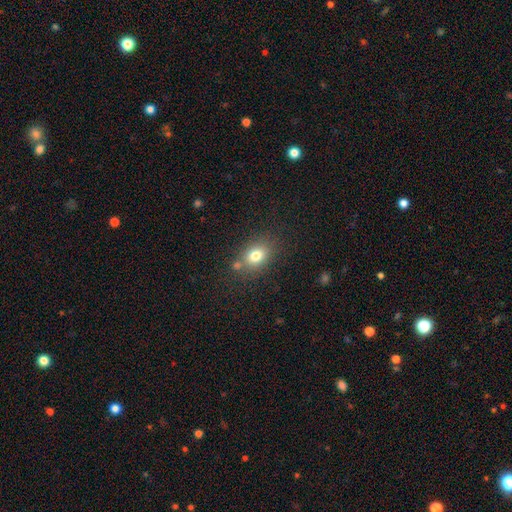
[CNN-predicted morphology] The model was most divided on "how rounded": in between: 67%, round: 32%, cigar-shaped: 1%. More confident: smooth or featured — smooth (78%); merging — none (69%).